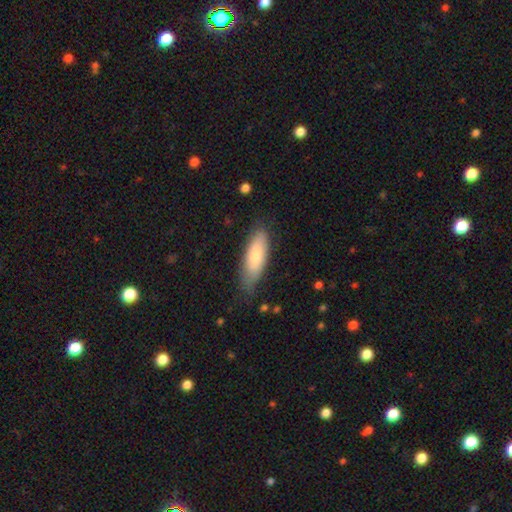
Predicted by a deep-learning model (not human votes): This appears to be a smooth galaxy with no disk features (76%) that is in between round and cigar-shaped (61%). Merging: none (69%).